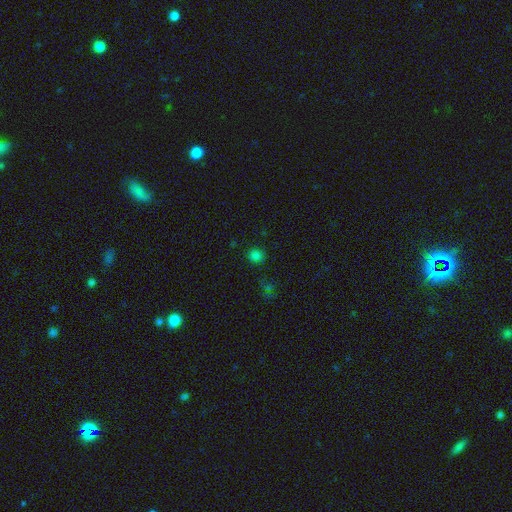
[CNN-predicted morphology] Smooth or featured?
  - smooth: 77% *
  - star or artifact: 19%
  - featured or disk: 4%
How rounded?
  - round: 88% *
  - in between: 11%
  - cigar-shaped: 1%
Merging?
  - none: 87% *
  - minor disturbance: 8%
  - major disturbance: 3%
  - merger: 2%